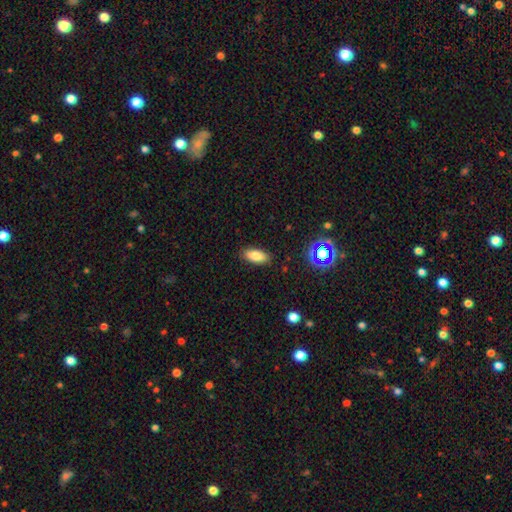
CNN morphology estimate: Smooth or featured?
  - smooth: 80% *
  - featured or disk: 10%
  - star or artifact: 10%
How rounded?
  - in between: 84% *
  - cigar-shaped: 12%
  - round: 3%
Merging?
  - none: 87% *
  - minor disturbance: 9%
  - major disturbance: 2%
  - merger: 1%